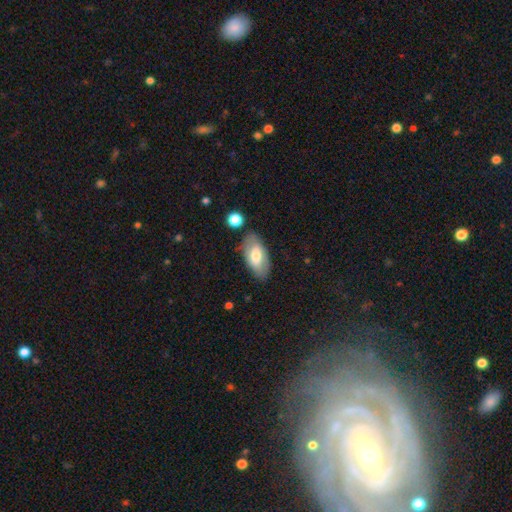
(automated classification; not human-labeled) smooth 63%, featured or disk 30%, star or artifact 6%. Down the decision tree: how rounded — in between (92%); merging — none (77%).